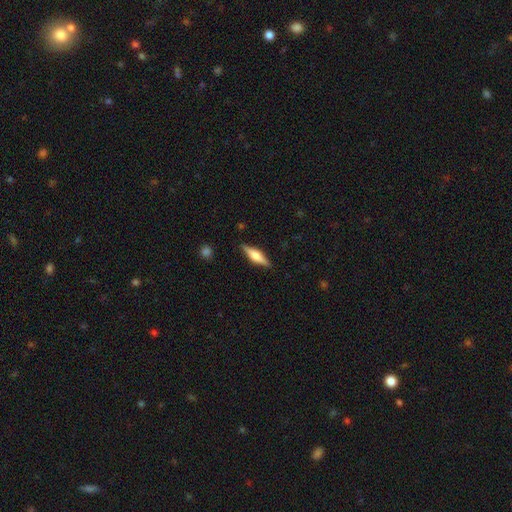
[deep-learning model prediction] This is possibly a featured or disk galaxy (51%). It is clearly viewed edge-on (95%). Merging: clearly none (87%).